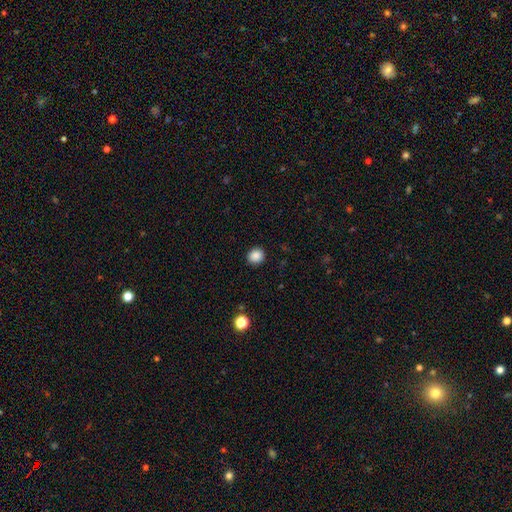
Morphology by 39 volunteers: This appears to be a smooth galaxy with no disk features (85%) that is round (88%). Merging: none (100%).